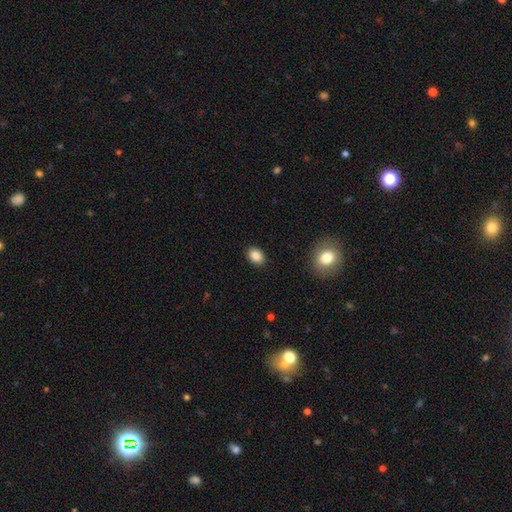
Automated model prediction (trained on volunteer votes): The model was most divided on "how rounded": in between: 73%, round: 26%, cigar-shaped: 1%. More confident: merging — none (89%); smooth or featured — smooth (87%).